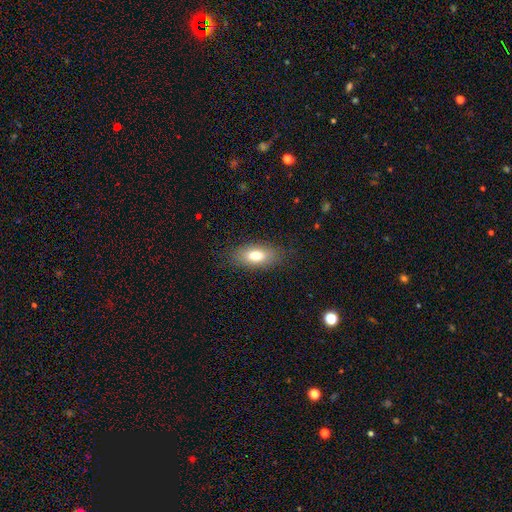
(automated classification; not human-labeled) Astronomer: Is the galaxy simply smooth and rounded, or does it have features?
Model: smooth — 77%.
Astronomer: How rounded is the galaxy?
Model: in between — 84%.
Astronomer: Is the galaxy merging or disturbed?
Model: none — 84%.